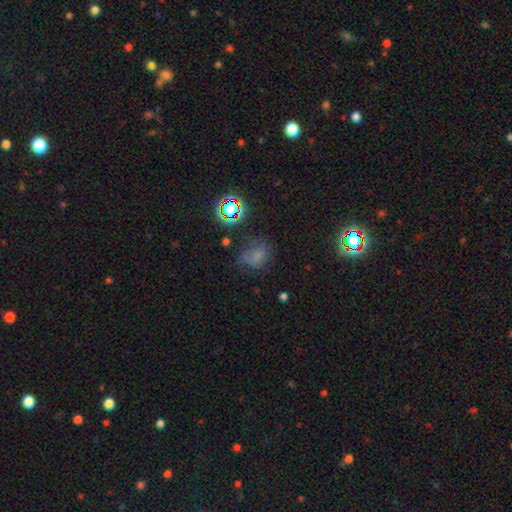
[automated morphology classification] This appears to be a smooth galaxy with no disk features (53%) that is in between round and cigar-shaped (50%). Merging: none (50%).